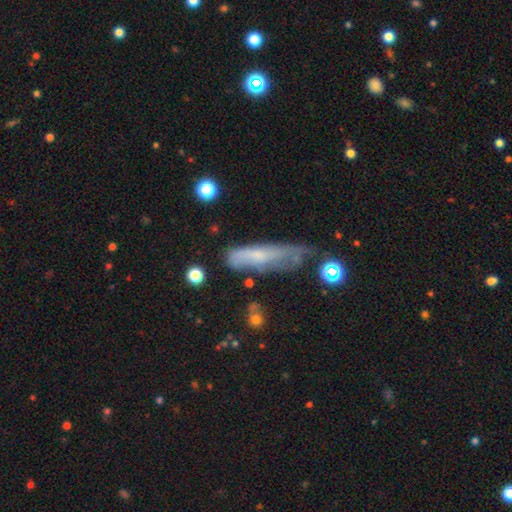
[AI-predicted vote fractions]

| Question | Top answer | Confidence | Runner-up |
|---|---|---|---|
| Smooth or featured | smooth | 48% | featured or disk (42%) |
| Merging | none | 40% | minor disturbance (33%) |